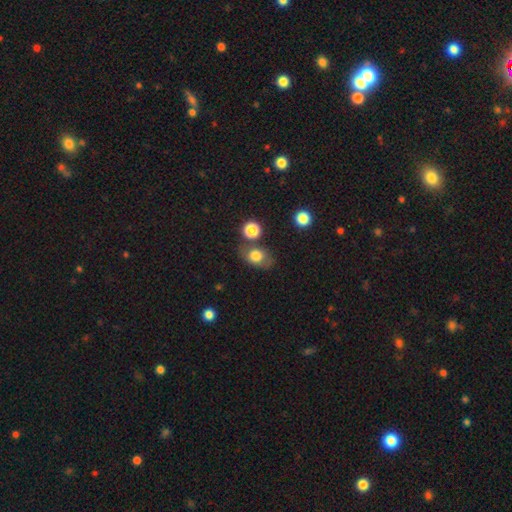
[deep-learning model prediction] smooth_or_featured: smooth (p=0.74) [alt: featured or disk p=0.16]
how_rounded: in between (p=0.68) [alt: round p=0.30]
merging: none (p=0.64) [alt: minor disturbance p=0.18]